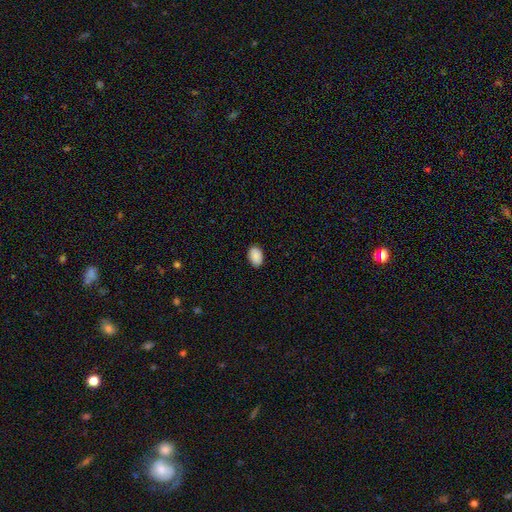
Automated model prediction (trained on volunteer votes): Smooth or featured?
  - smooth: 90% *
  - star or artifact: 7%
  - featured or disk: 4%
How rounded?
  - in between: 88% *
  - round: 11%
  - cigar-shaped: 1%
Merging?
  - none: 88% *
  - minor disturbance: 10%
  - major disturbance: 2%
  - merger: 1%